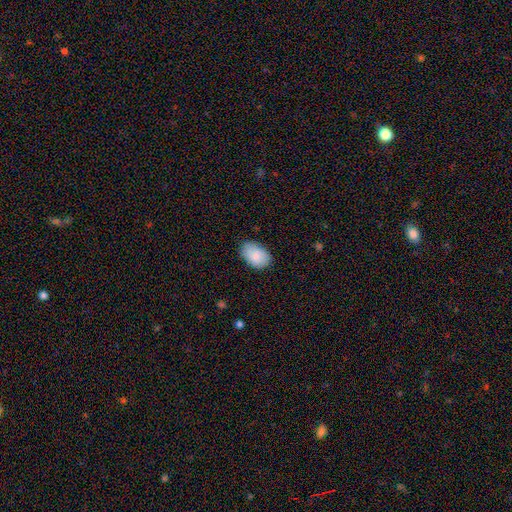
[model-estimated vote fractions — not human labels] Smooth or featured: smooth — 86% (featured or disk — 8%)
How rounded: in between — 89% (round — 10%)
Merging: none — 78% (minor disturbance — 18%)